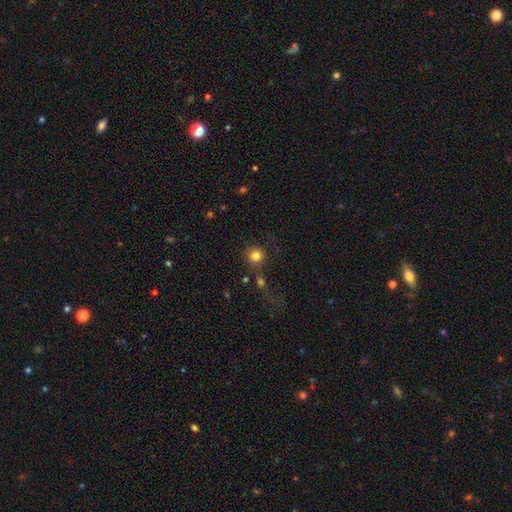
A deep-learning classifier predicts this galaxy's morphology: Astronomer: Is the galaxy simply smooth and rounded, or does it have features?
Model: smooth — 81%.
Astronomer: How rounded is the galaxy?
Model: round — 94%.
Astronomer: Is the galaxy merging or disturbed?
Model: none — 62%.